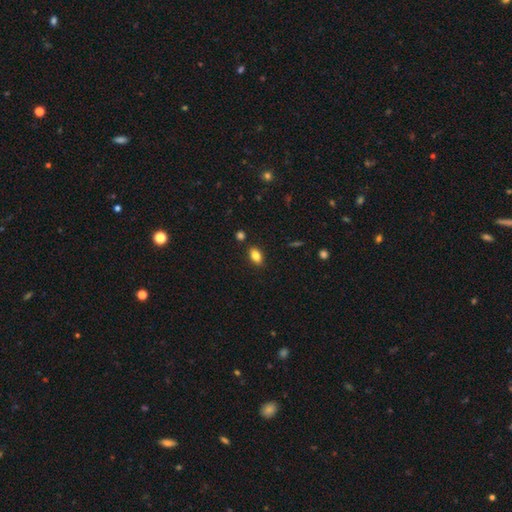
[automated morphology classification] Overall: smooth (83%). How rounded: in between (87%). Merging: none (86%).